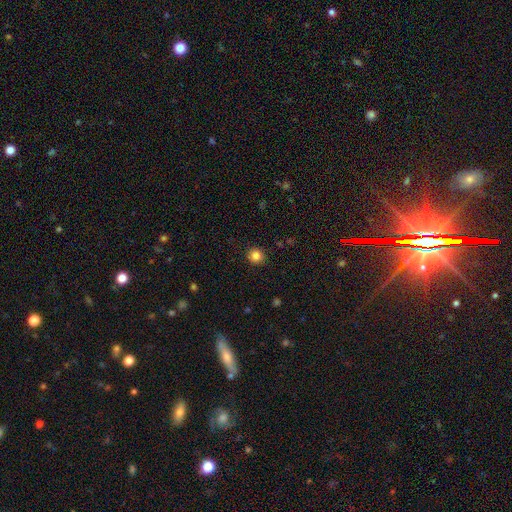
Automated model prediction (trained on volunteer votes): Q: Smooth or featured?
A: smooth (84%); runner-up: star or artifact (11%)
Q: How rounded?
A: round (92%); runner-up: in between (7%)
Q: Merging?
A: none (92%); runner-up: minor disturbance (6%)